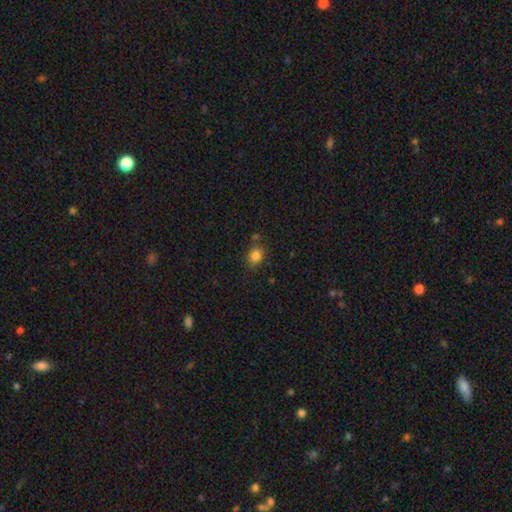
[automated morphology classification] The model was most divided on "how rounded": round: 53%, in between: 46%, cigar-shaped: 1%. More confident: smooth or featured — smooth (83%); merging — none (77%).